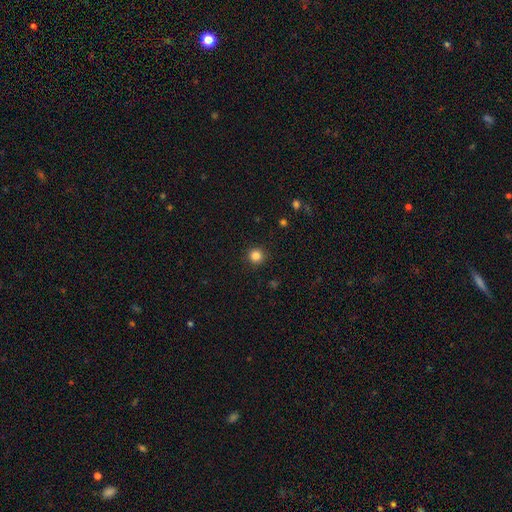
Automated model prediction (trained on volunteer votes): This appears to be a smooth galaxy with no disk features (84%) that is round (95%). Merging: none (92%).